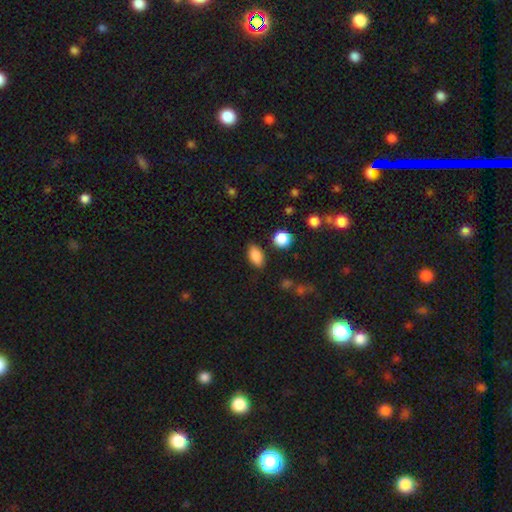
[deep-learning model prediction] Morphology: type=smooth (85%); roundness=in between (88%); merging=none (83%).